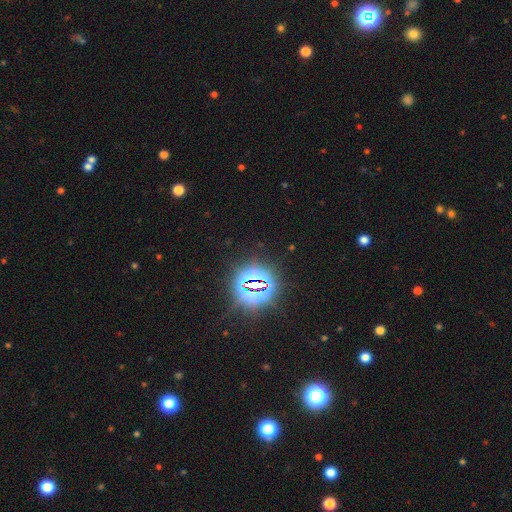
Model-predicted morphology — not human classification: This appears to be a star or artifact, not a galaxy (83%).